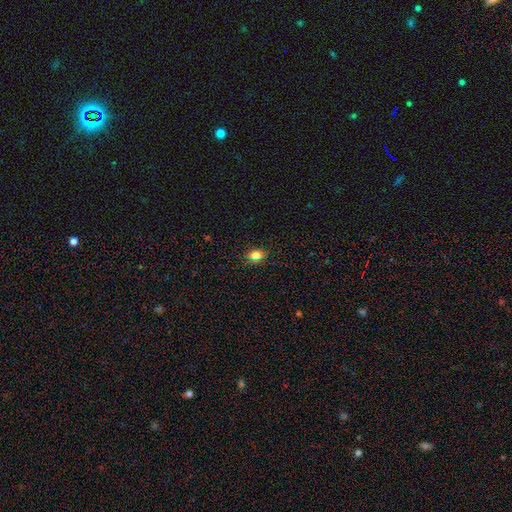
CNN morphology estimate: Smooth or featured?
  - smooth: 72% *
  - star or artifact: 20%
  - featured or disk: 8%
How rounded?
  - in between: 69% *
  - round: 27%
  - cigar-shaped: 3%
Merging?
  - none: 86% *
  - minor disturbance: 10%
  - major disturbance: 3%
  - merger: 1%